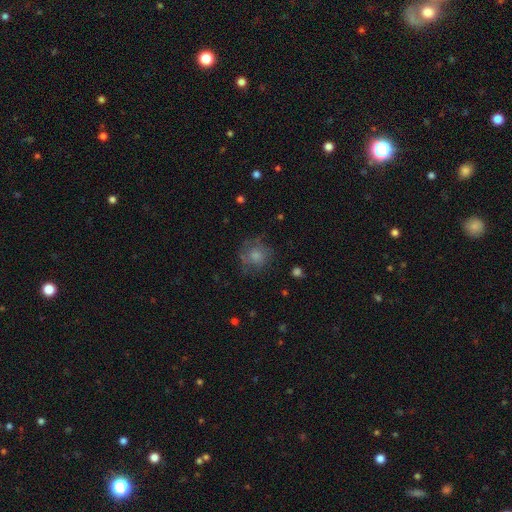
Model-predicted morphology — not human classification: This is likely a smooth galaxy (70%). How rounded: clearly round (86%). Merging: likely none (65%).